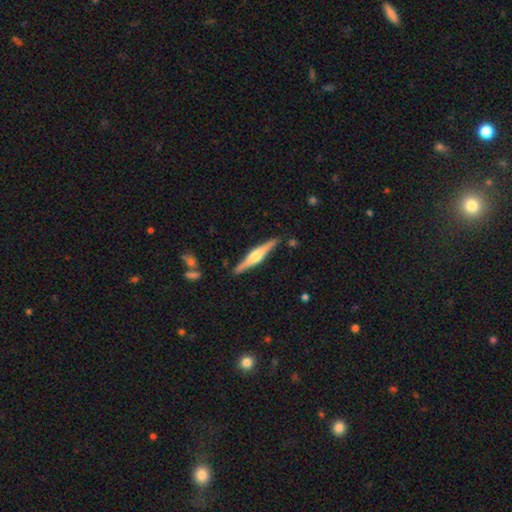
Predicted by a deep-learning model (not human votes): smooth-or-featured: featured or disk: 76% | smooth: 19% | star or artifact: 5%
  disk-edge-on: yes: 98% | no: 2%
    edge-on-bulge: rounded: 90% | boxy: 7% | none: 2%
  merging: none: 89% | minor disturbance: 8% | merger: 2% | major disturbance: 2%